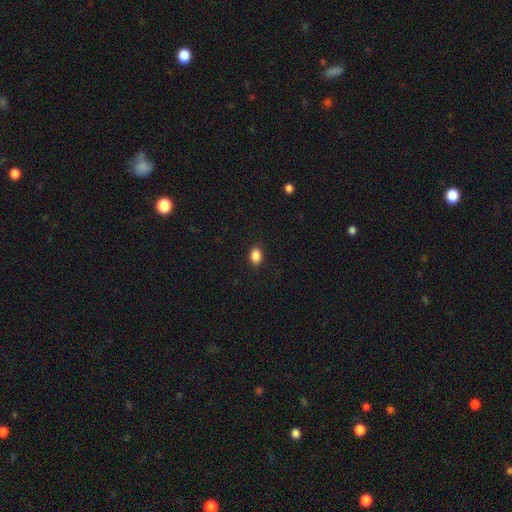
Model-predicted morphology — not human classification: type=smooth (87%); roundness=in between (72%); merging=none (86%).